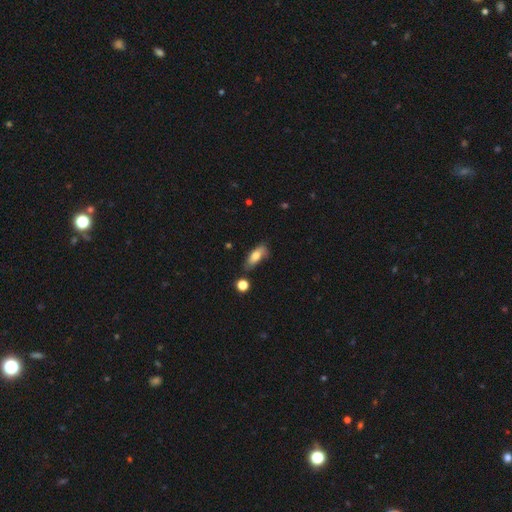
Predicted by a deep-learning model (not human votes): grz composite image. It shows a smooth galaxy with no disk features (73%) that is in between round and cigar-shaped (74%). Merging: none (64%).